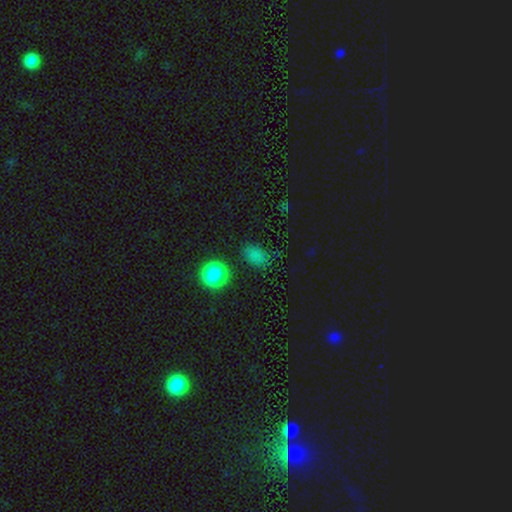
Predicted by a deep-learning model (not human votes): Smooth or featured? Predicted: smooth (p=0.72). How rounded? Predicted: in between (p=0.64). Merging? Predicted: none (p=0.80).